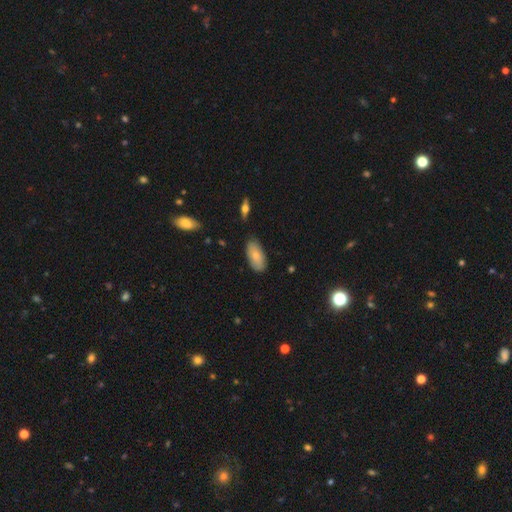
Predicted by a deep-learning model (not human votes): smooth-or-featured: smooth: 74% | featured or disk: 19% | star or artifact: 7%
  how-rounded: in between: 92% | cigar-shaped: 6% | round: 3%
  merging: none: 80% | minor disturbance: 16% | major disturbance: 3% | merger: 2%